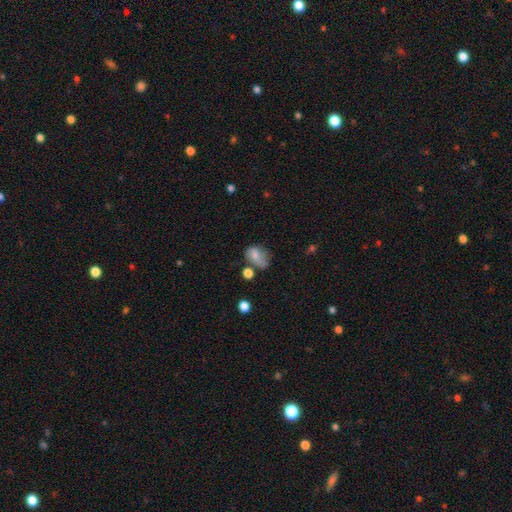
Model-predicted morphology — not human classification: Smooth or featured? Predicted: smooth (p=0.67). How rounded? Predicted: in between (p=0.73). Merging? Predicted: none (p=0.36).